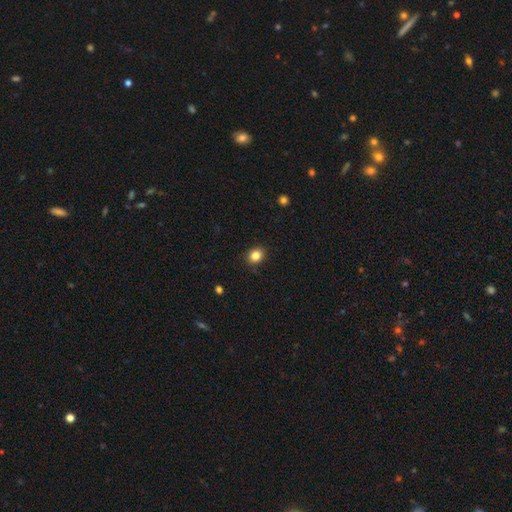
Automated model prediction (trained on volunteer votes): smooth 84%, star or artifact 11%, featured or disk 5%. Down the decision tree: how rounded — round (65%); merging — none (87%).